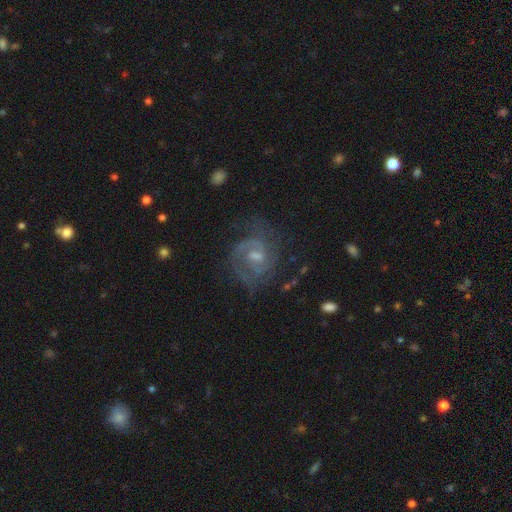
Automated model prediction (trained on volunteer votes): Smooth or featured?
  - featured or disk: 84% *
  - smooth: 8%
  - star or artifact: 7%
Edge-on disk?
  - no: 98% *
  - yes: 2%
Bar?
  - weak: 57% *
  - no: 32%
  - strong: 11%
Spiral arms?
  - yes: 95% *
  - no: 5%
Spiral winding?
  - tight: 45% *
  - medium: 44%
  - loose: 10%
Spiral arm count?
  - 2: 64% *
  - can't tell: 15%
  - 3: 11%
  - 1: 5%
  - 4: 3%
  - more than 4: 2%
Bulge size?
  - small: 44% *
  - moderate: 43%
  - none: 9%
  - large: 3%
  - dominant: 1%
Merging?
  - none: 67% *
  - minor disturbance: 19%
  - major disturbance: 12%
  - merger: 2%